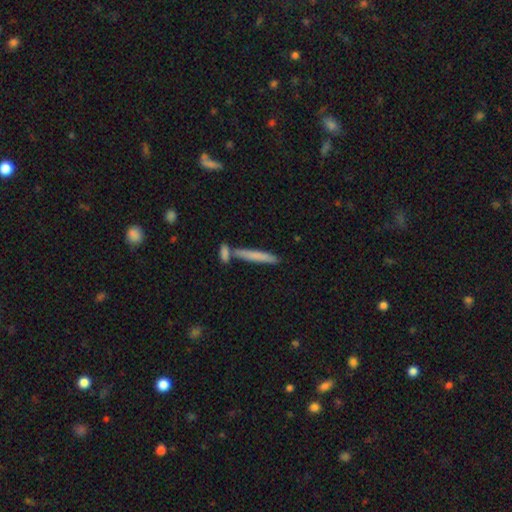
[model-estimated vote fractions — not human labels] Smooth or featured? smooth (69%)
How rounded? cigar-shaped (93%)
Merging? none (74%)